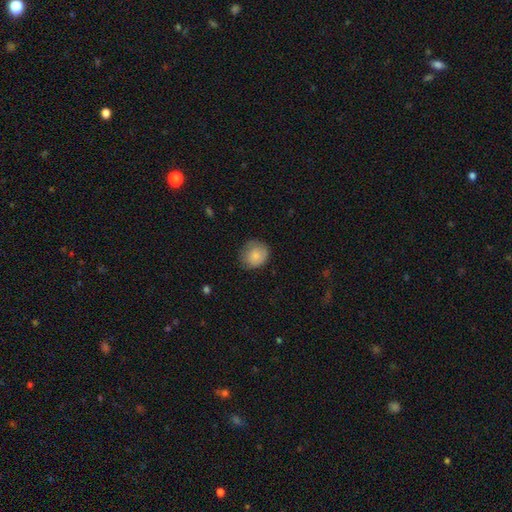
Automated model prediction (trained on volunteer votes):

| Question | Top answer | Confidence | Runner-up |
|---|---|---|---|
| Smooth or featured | smooth | 80% | featured or disk (13%) |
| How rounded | round | 77% | in between (23%) |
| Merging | none | 71% | minor disturbance (22%) |